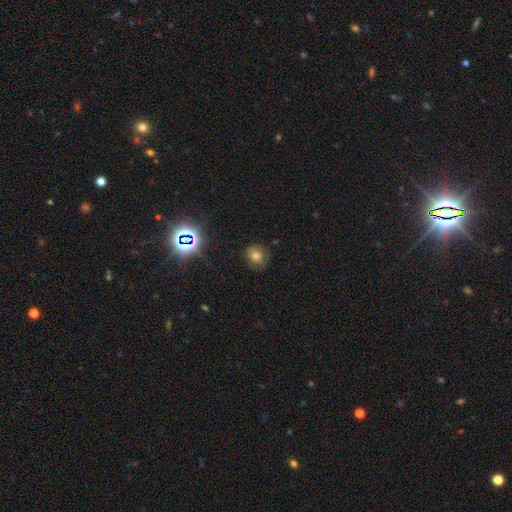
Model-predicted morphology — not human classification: A smooth galaxy with no disk features (68%) that is round (76%). Merging: none (78%).